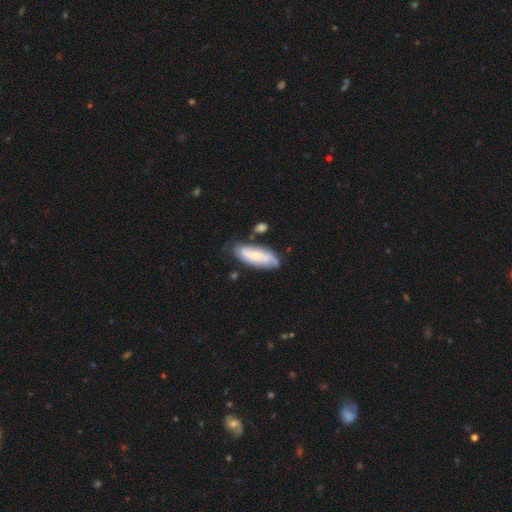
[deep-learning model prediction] This appears to be a smooth galaxy with no disk features (48%). Merging: none (64%).